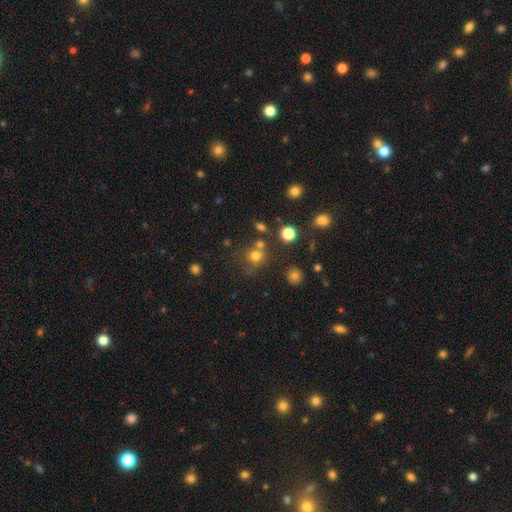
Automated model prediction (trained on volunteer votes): This is likely a smooth galaxy (71%). How rounded: clearly round (83%). Merging: possibly none (59%).